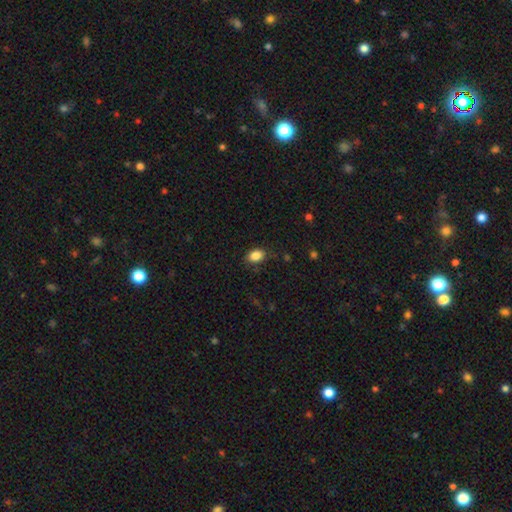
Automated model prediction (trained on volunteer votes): smooth_or_featured: smooth (p=0.86) [alt: star or artifact p=0.09]
how_rounded: in between (p=0.82) [alt: round p=0.17]
merging: none (p=0.80) [alt: minor disturbance p=0.15]